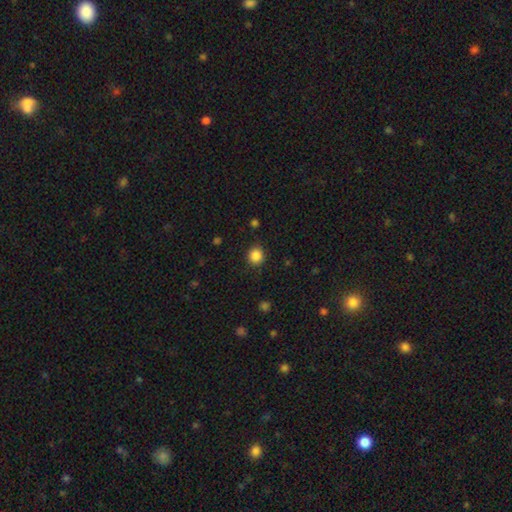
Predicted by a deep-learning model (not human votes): The model was most divided on "smooth or featured": smooth: 85%, star or artifact: 11%, featured or disk: 3%. More confident: how rounded — round (90%); merging — none (88%).